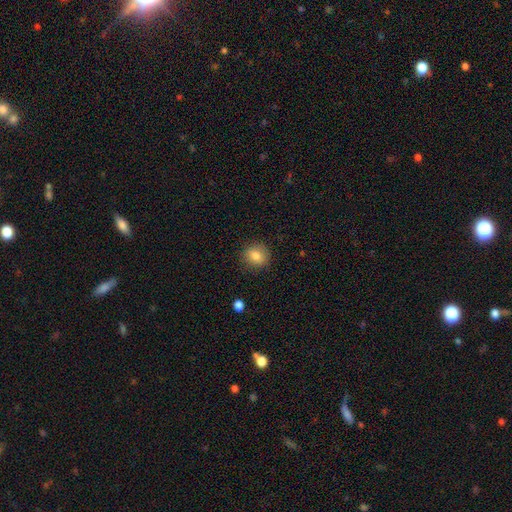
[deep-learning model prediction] A smooth galaxy with no disk features (82%) that is round (74%). Merging: none (87%).